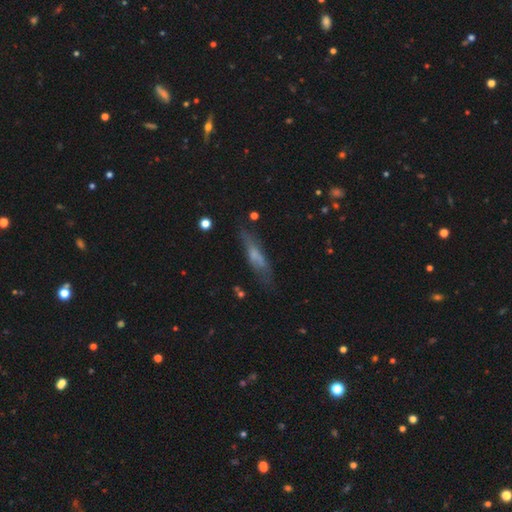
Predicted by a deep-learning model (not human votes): A smooth galaxy with no disk features (49%).

Vote fractions:
- Smooth or featured? smooth: 49% / featured or disk: 40% / star or artifact: 10%
- Merging? none: 65% / minor disturbance: 22% / major disturbance: 10% / merger: 3%